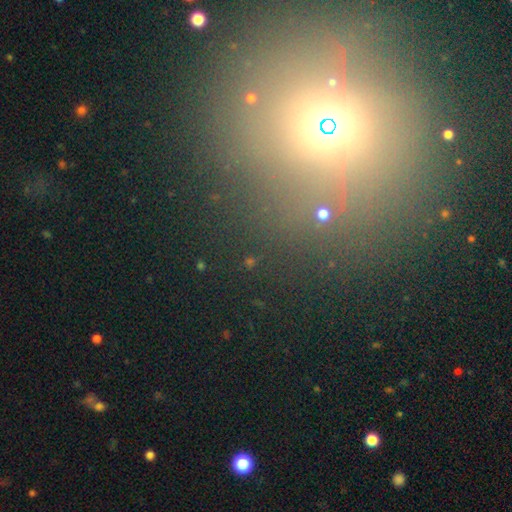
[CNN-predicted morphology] smooth_or_featured: star or artifact (p=0.49) [alt: smooth p=0.39]